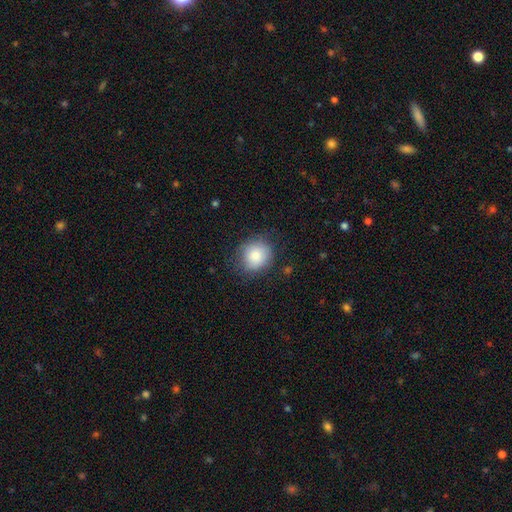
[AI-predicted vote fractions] Q: Smooth or featured?
A: smooth (83%); runner-up: featured or disk (9%)
Q: How rounded?
A: round (80%); runner-up: in between (20%)
Q: Merging?
A: none (73%); runner-up: minor disturbance (20%)